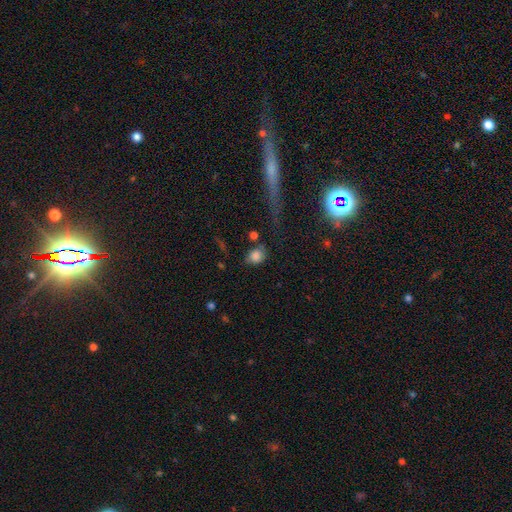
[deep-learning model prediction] Smooth or featured: smooth — 81% (star or artifact — 10%)
How rounded: round — 58% (in between — 40%)
Merging: none — 58% (minor disturbance — 22%)